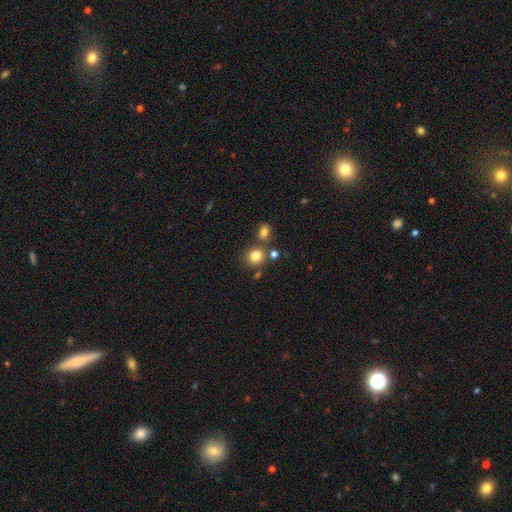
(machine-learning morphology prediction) Q: Smooth or featured?
A: smooth (81%); runner-up: star or artifact (12%)
Q: How rounded?
A: round (80%); runner-up: in between (19%)
Q: Merging?
A: none (69%); runner-up: merger (17%)